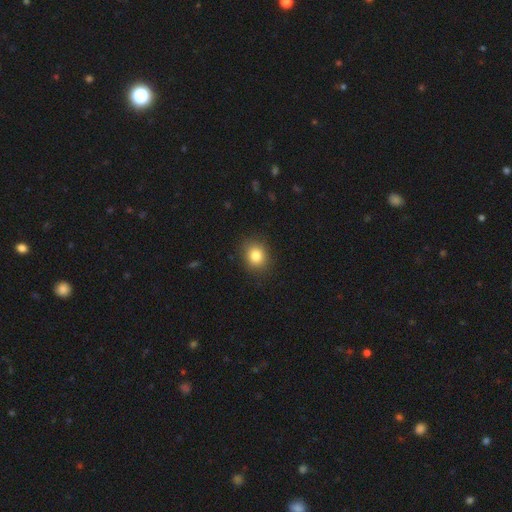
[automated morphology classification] Smooth or featured?
  - smooth: 83% *
  - star or artifact: 10%
  - featured or disk: 7%
How rounded?
  - round: 65% *
  - in between: 35%
  - cigar-shaped: 1%
Merging?
  - none: 88% *
  - minor disturbance: 9%
  - major disturbance: 3%
  - merger: 1%